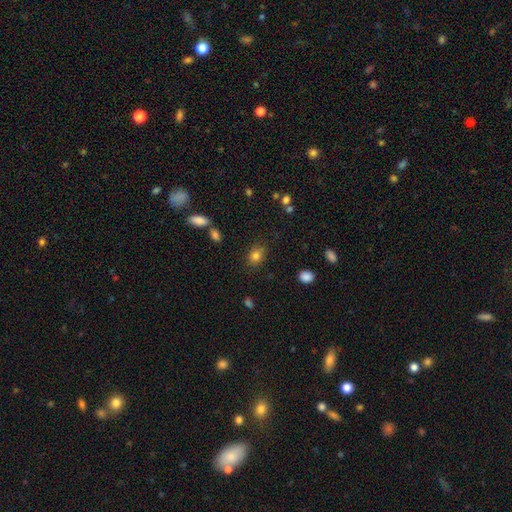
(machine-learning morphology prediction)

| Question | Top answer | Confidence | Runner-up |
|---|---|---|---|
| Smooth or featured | smooth | 81% | star or artifact (11%) |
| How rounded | in between | 60% | round (39%) |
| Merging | none | 81% | minor disturbance (13%) |